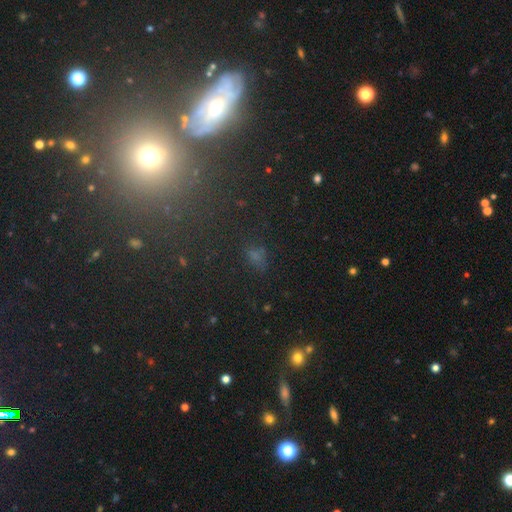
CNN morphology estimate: type=smooth (46%); merging=none (66%).